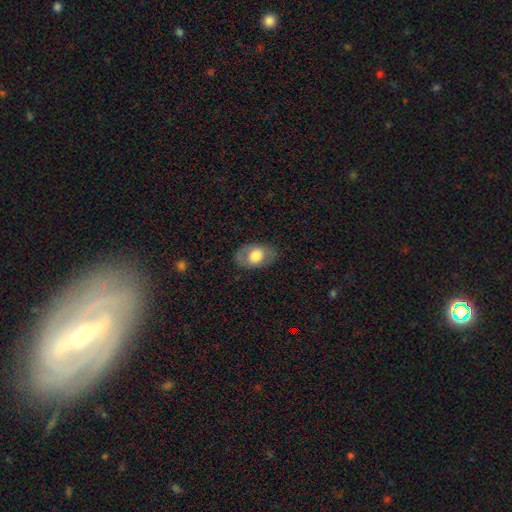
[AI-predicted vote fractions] A smooth galaxy with no disk features (62%) that is in between round and cigar-shaped (83%). Merging: none (80%).